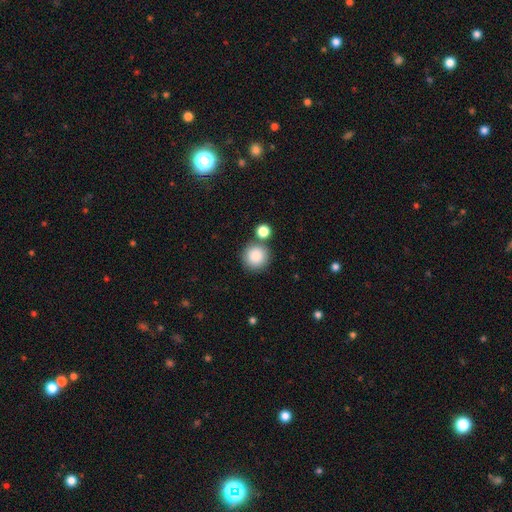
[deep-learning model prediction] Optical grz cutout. It shows a smooth galaxy with no disk features (87%) that is round (94%). Merging: none (74%).